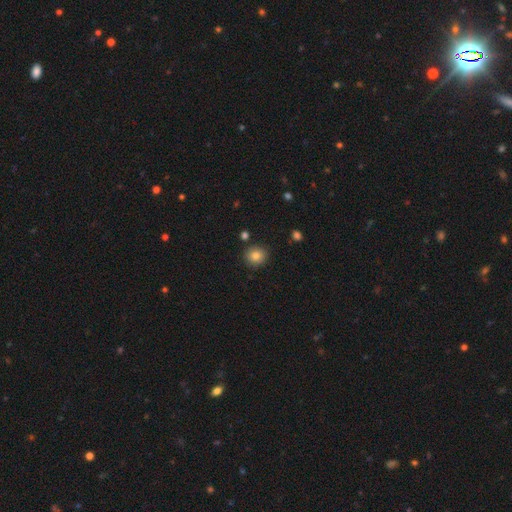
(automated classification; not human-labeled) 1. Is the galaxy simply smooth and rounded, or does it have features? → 83% smooth, 10% star or artifact, 7% featured or disk.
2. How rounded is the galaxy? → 84% round, 15% in between, 1% cigar-shaped.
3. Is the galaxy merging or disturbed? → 87% none, 8% minor disturbance, 3% merger, 2% major disturbance.